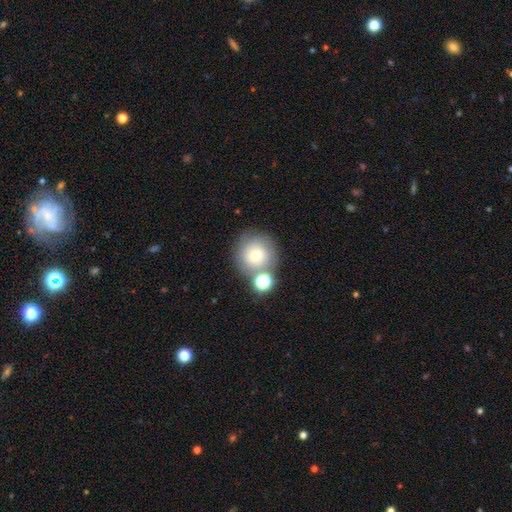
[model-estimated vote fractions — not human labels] Q: Smooth or featured?
A: smooth (63%); runner-up: featured or disk (24%)
Q: How rounded?
A: round (89%); runner-up: in between (10%)
Q: Merging?
A: none (59%); runner-up: merger (25%)